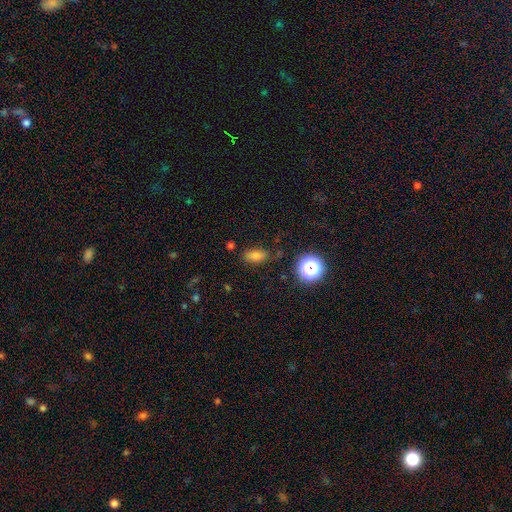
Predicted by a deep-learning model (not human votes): A smooth galaxy with no disk features (75%) that is in between round and cigar-shaped (81%). Merging: none (75%).